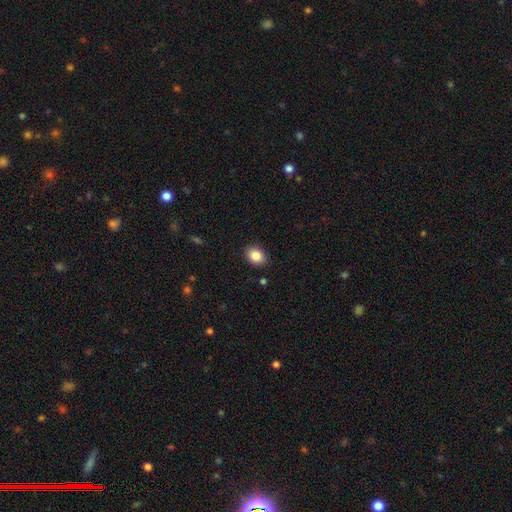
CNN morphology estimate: Smooth or featured?
  - smooth: 87% *
  - star or artifact: 8%
  - featured or disk: 5%
How rounded?
  - in between: 67% *
  - round: 32%
  - cigar-shaped: 1%
Merging?
  - none: 88% *
  - minor disturbance: 9%
  - major disturbance: 2%
  - merger: 1%